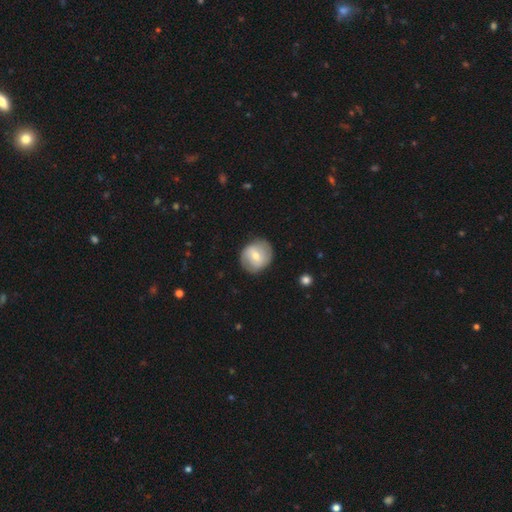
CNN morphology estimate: A smooth galaxy with no disk features (52%) that is round (80%). Merging: none (82%).